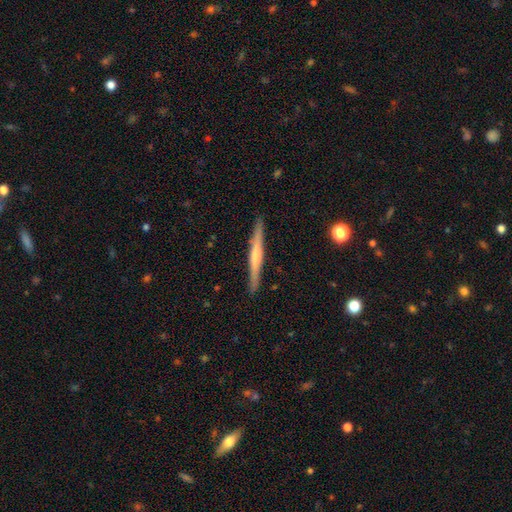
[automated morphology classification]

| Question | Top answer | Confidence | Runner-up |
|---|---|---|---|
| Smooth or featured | featured or disk | 59% | smooth (36%) |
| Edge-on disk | yes | 97% | no (3%) |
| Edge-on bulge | rounded | 55% | none (33%) |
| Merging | none | 91% | minor disturbance (7%) |